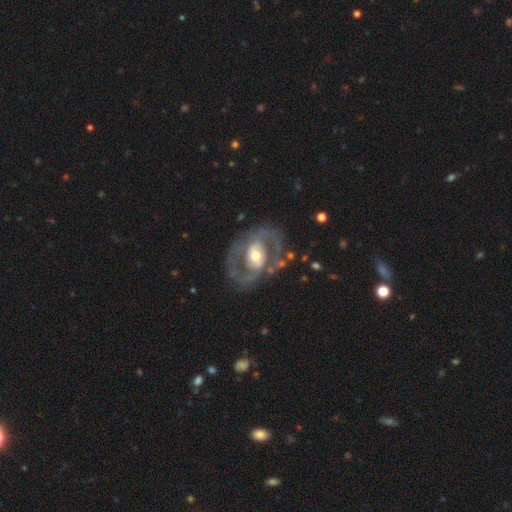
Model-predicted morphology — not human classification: A featured or disk galaxy (78%) with no bar (52%), spiral arms (63%) and a moderate central bulge (67%). Merging: none (70%).